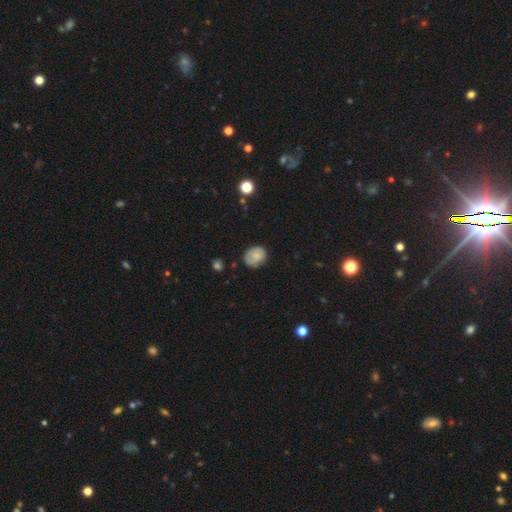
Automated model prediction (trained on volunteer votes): Smooth or featured? Predicted: smooth (p=0.73). How rounded? Predicted: round (p=0.50). Merging? Predicted: none (p=0.66).